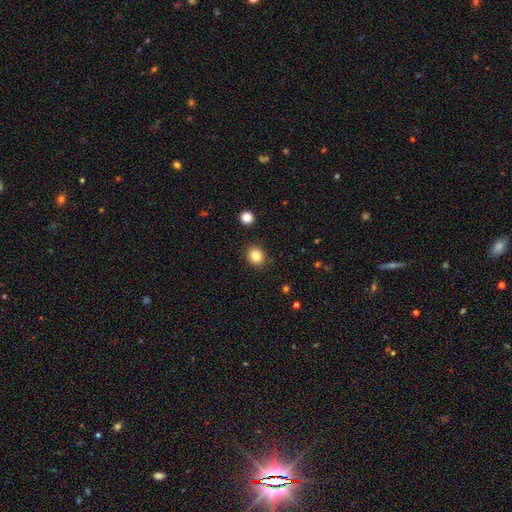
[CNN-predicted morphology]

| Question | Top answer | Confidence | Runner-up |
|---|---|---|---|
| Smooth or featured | smooth | 83% | star or artifact (11%) |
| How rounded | round | 76% | in between (24%) |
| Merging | none | 88% | minor disturbance (8%) |